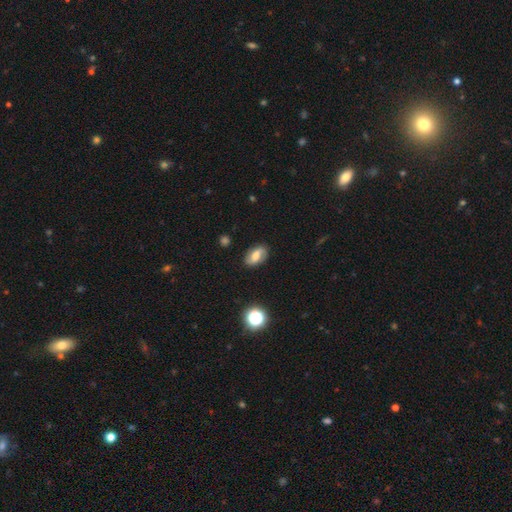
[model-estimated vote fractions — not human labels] Morphology: type=smooth (54%); roundness=in between (87%); merging=none (83%).